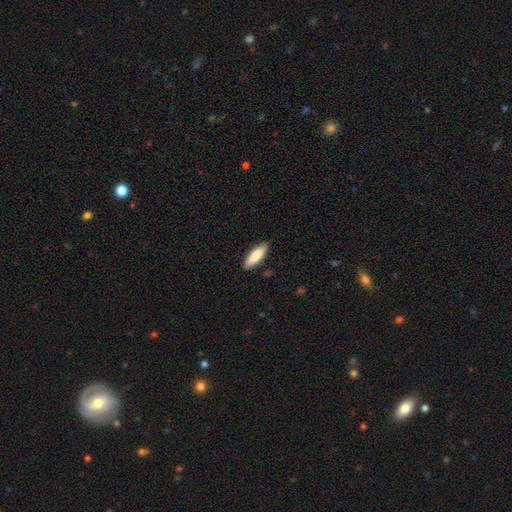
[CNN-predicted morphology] Smooth or featured? smooth (81%)
How rounded? cigar-shaped (55%)
Merging? none (87%)